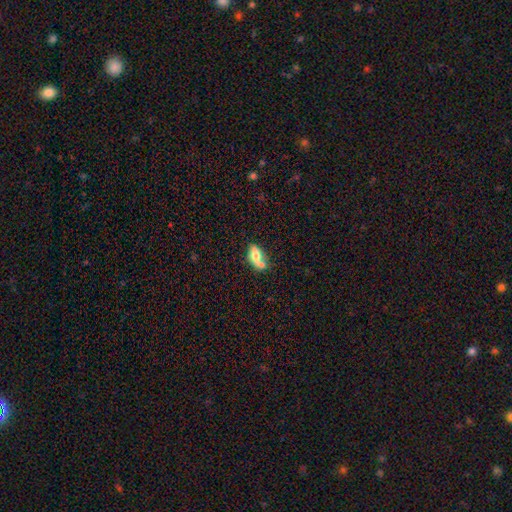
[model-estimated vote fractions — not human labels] Smooth or featured: smooth — 64% (featured or disk — 27%)
How rounded: in between — 81% (round — 11%)
Merging: merger — 48% (none — 30%)